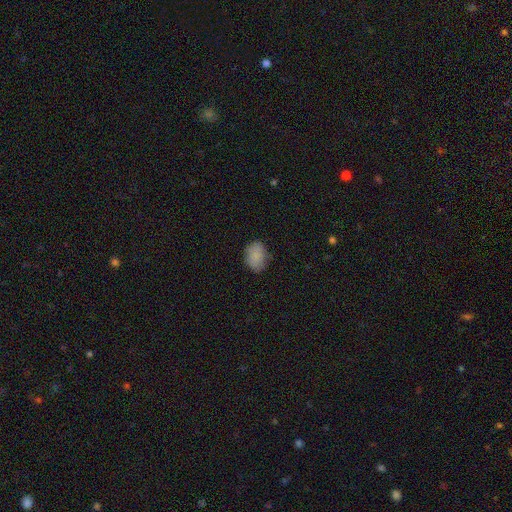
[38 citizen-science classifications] A smooth galaxy with no disk features (84%) that is round (50%, tied with in between).

Vote fractions:
- Smooth or featured? smooth: 84% / featured or disk: 8% / star or artifact: 8%
- How rounded? round: 50% (tied) / in between: 50% (tied) / cigar-shaped: 0%
- Merging? none: 74% / minor disturbance: 20% / major disturbance: 6% / merger: 0%